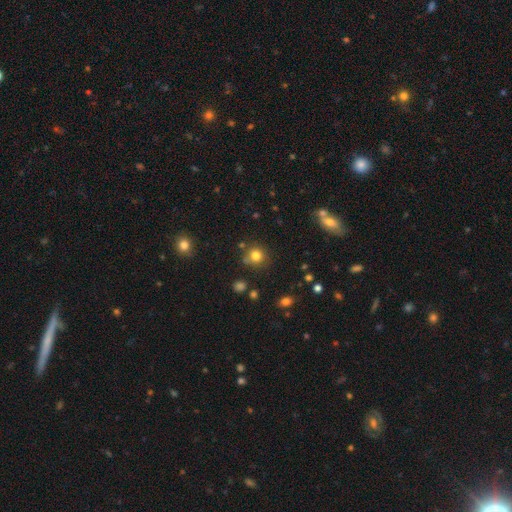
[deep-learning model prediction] This is likely a smooth galaxy (80%). How rounded: clearly round (89%). Merging: likely none (76%).